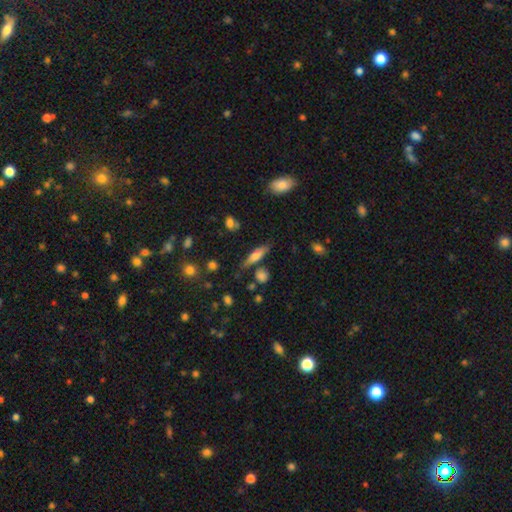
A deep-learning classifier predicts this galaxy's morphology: Smooth or featured?
  - smooth: 57% *
  - featured or disk: 35%
  - star or artifact: 8%
How rounded?
  - cigar-shaped: 66% *
  - in between: 30%
  - round: 4%
Merging?
  - none: 72% *
  - minor disturbance: 16%
  - merger: 7%
  - major disturbance: 5%